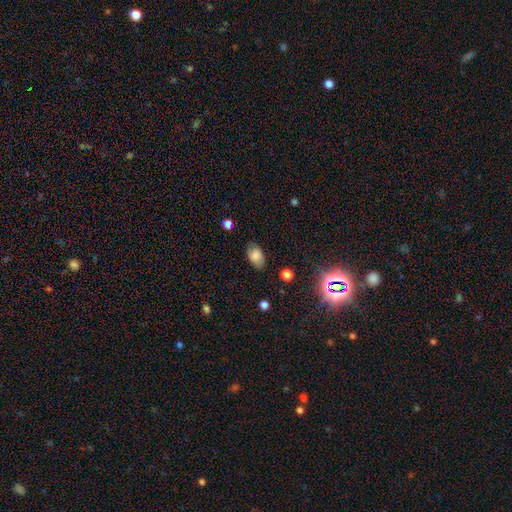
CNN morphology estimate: Smooth or featured? Predicted: smooth (p=0.78). How rounded? Predicted: in between (p=0.90). Merging? Predicted: none (p=0.78).